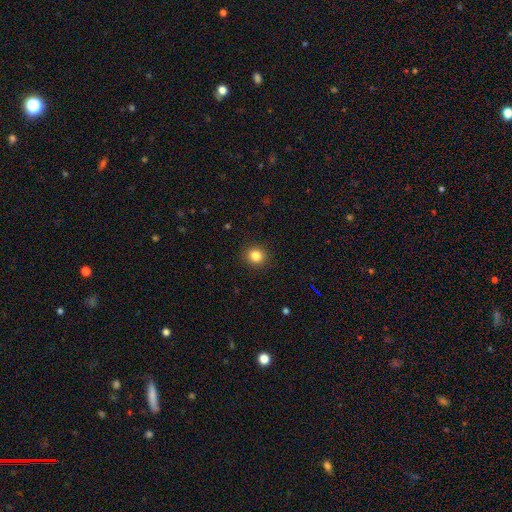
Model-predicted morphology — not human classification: Smooth or featured: smooth — 83% (star or artifact — 12%)
How rounded: round — 89% (in between — 11%)
Merging: none — 91% (minor disturbance — 6%)